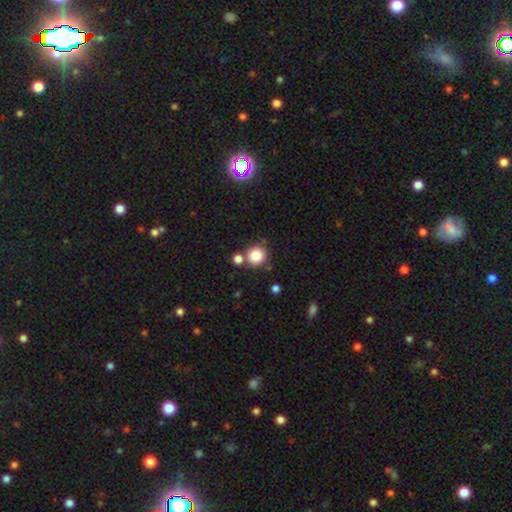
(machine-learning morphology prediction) Smooth or featured? Predicted: smooth (p=0.84). How rounded? Predicted: round (p=0.88). Merging? Predicted: none (p=0.71).